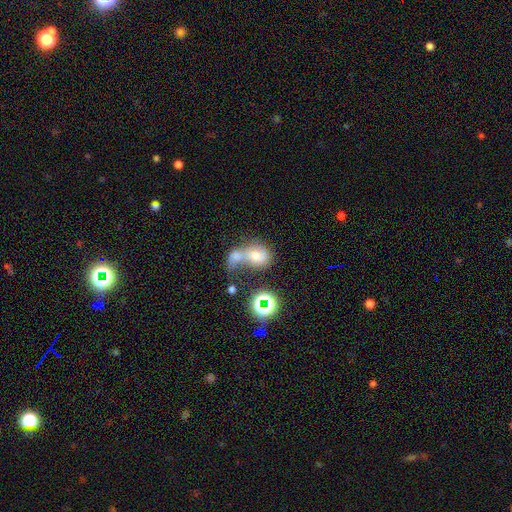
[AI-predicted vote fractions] smooth 58%, featured or disk 24%, star or artifact 18%. Down the decision tree: how rounded — in between (52%); merging — merger (67%).